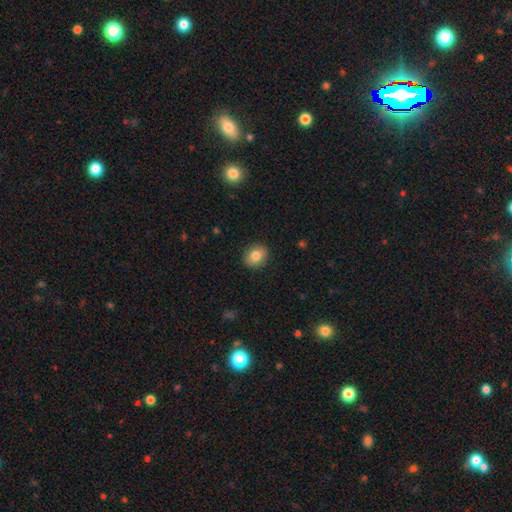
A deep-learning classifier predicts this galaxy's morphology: This is clearly a smooth galaxy (82%). How rounded: likely round (65%). Merging: clearly none (90%).